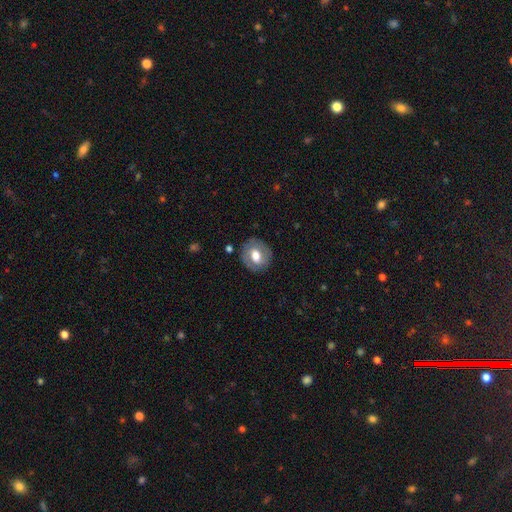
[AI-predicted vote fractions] This is possibly a smooth galaxy (56%). How rounded: likely round (71%). Merging: clearly none (81%).